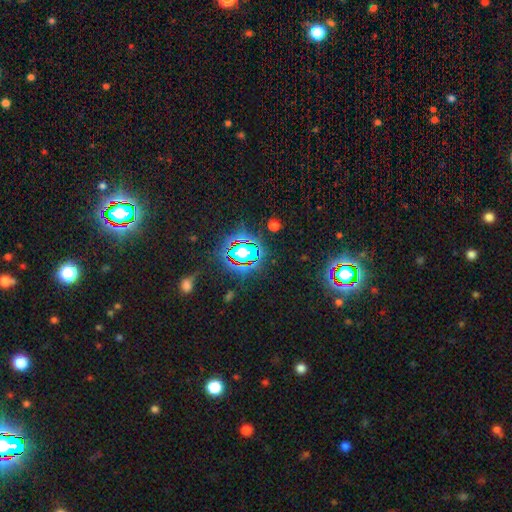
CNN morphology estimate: type=star or artifact (83%).